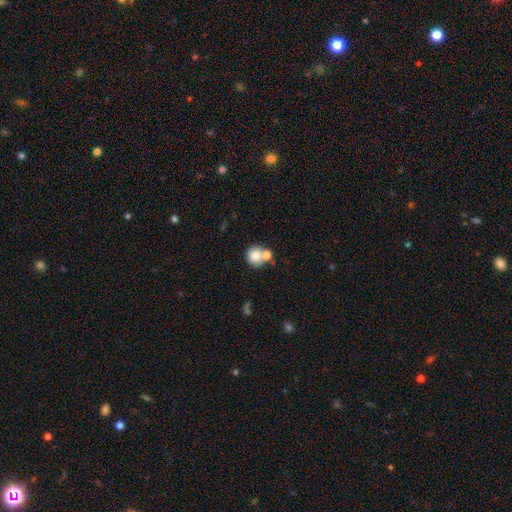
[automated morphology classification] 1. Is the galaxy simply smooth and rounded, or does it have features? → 80% smooth, 11% featured or disk, 10% star or artifact.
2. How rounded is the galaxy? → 84% round, 15% in between, 1% cigar-shaped.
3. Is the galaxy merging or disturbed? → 45% none, 40% merger, 10% minor disturbance, 5% major disturbance.